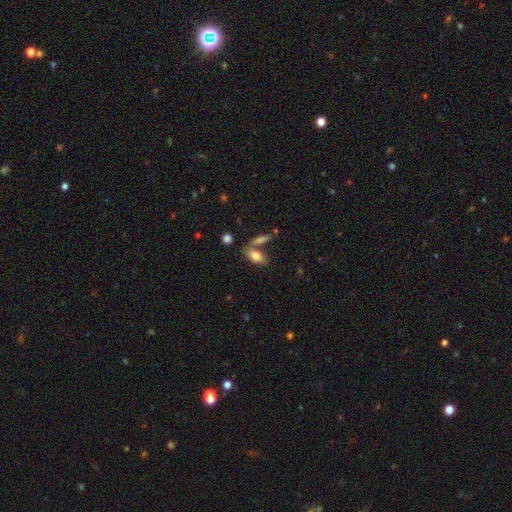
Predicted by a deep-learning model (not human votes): Smooth or featured? smooth (79%)
How rounded? in between (83%)
Merging? none (58%)